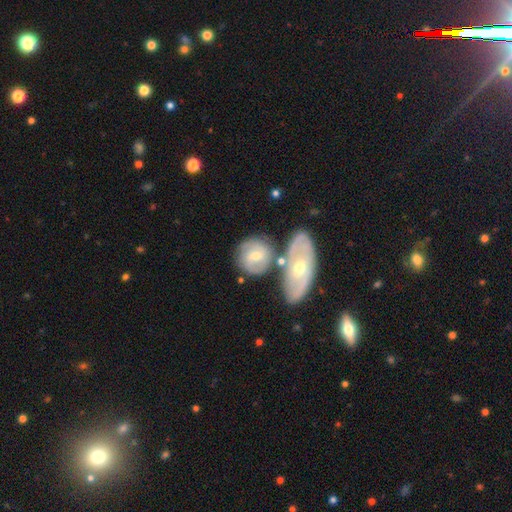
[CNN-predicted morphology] A featured or disk galaxy (59%) with no bar (48%), spiral arms (78%) and a moderate central bulge (63%).

Vote fractions:
- Smooth or featured? featured or disk: 59% / smooth: 35% / star or artifact: 6%
- Edge-on disk? no: 92% / yes: 8%
- Bar? no: 48% / weak: 41% / strong: 11%
- Spiral arms? yes: 78% / no: 22%
- Bulge size? moderate: 63% / small: 32% / large: 3% / none: 1% / dominant: 1%
- Merging? none: 60% / merger: 20% / minor disturbance: 15% / major disturbance: 5%